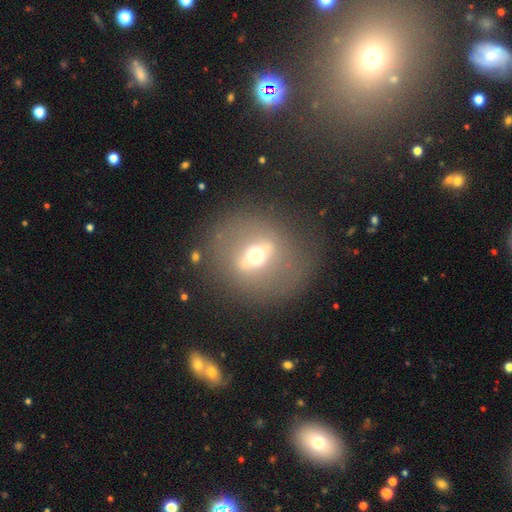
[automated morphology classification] Smooth or featured?
  - featured or disk: 56% *
  - smooth: 31%
  - star or artifact: 13%
Edge-on disk?
  - no: 70% *
  - yes: 30%
Merging?
  - none: 79% *
  - minor disturbance: 11%
  - major disturbance: 8%
  - merger: 2%